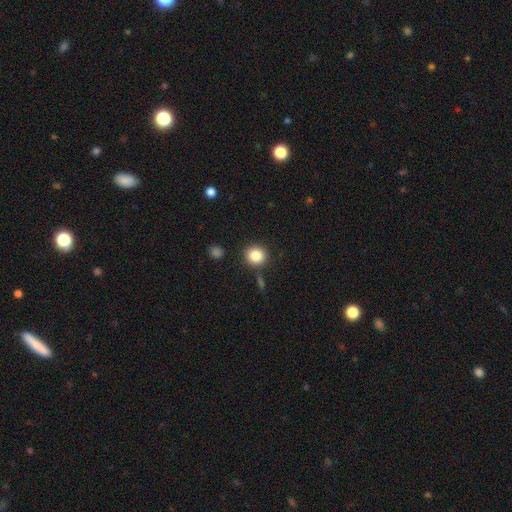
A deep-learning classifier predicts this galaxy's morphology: The model was most divided on "how rounded": round: 87%, in between: 12%, cigar-shaped: 1%. More confident: merging — none (85%); smooth or featured — smooth (85%).